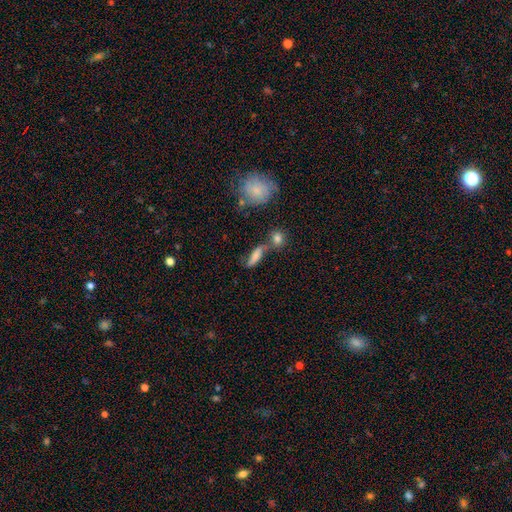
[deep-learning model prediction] The model was most divided on "how rounded": cigar-shaped: 54%, in between: 40%, round: 7%. Remaining: smooth or featured — smooth (62%); merging — none (48%).